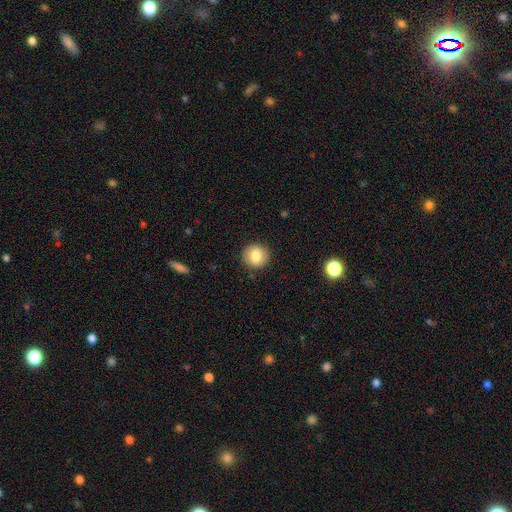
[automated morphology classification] Smooth or featured?
  - smooth: 80% *
  - featured or disk: 11%
  - star or artifact: 9%
How rounded?
  - round: 87% *
  - in between: 12%
  - cigar-shaped: 1%
Merging?
  - none: 90% *
  - minor disturbance: 7%
  - major disturbance: 2%
  - merger: 1%